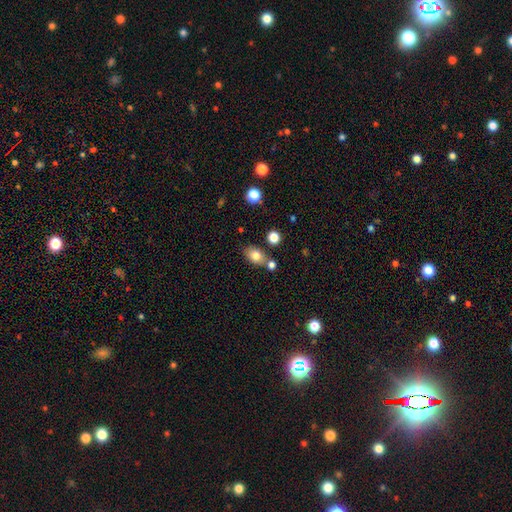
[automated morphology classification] smooth 79%, featured or disk 11%, star or artifact 10%. Down the decision tree: how rounded — in between (77%); merging — none (68%).